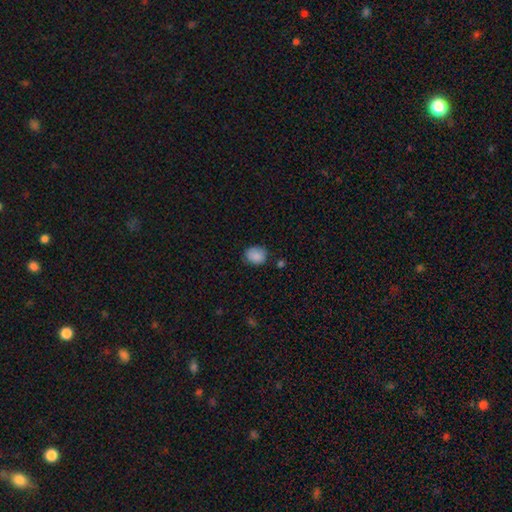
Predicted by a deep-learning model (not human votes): A smooth galaxy with no disk features (87%) that is round (56%).

Vote fractions:
- Smooth or featured? smooth: 87% / star or artifact: 8% / featured or disk: 5%
- How rounded? round: 56% / in between: 43% / cigar-shaped: 1%
- Merging? none: 75% / minor disturbance: 19% / major disturbance: 3% / merger: 2%